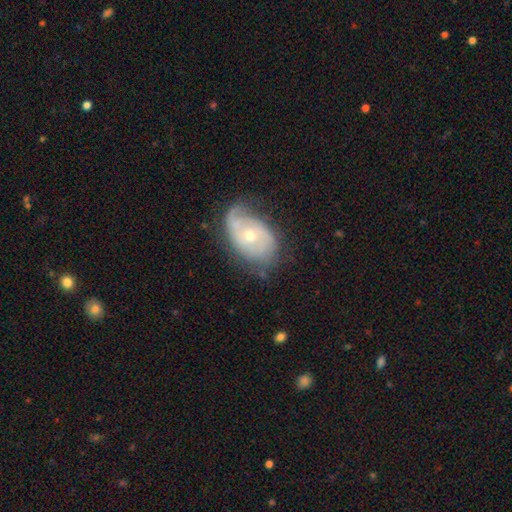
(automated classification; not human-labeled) The model was most divided on "bulge size": moderate: 51%, small: 46%, large: 2%, none: 1%, dominant: 1%. Remaining: edge-on disk — no (95%); spiral arms — yes (84%); bar — no (76%); smooth or featured — featured or disk (73%); merging — none (56%); spiral winding — tight (45%); spiral arm count — 2 (44%).